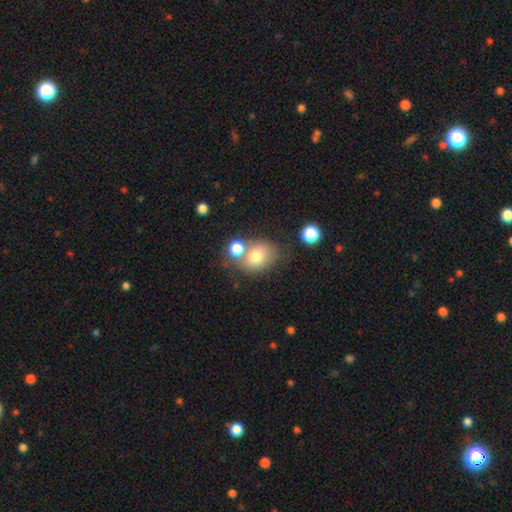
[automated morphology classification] The model was most divided on "how rounded": round: 52%, in between: 47%, cigar-shaped: 1%. Remaining: smooth or featured — smooth (75%); merging — none (48%).